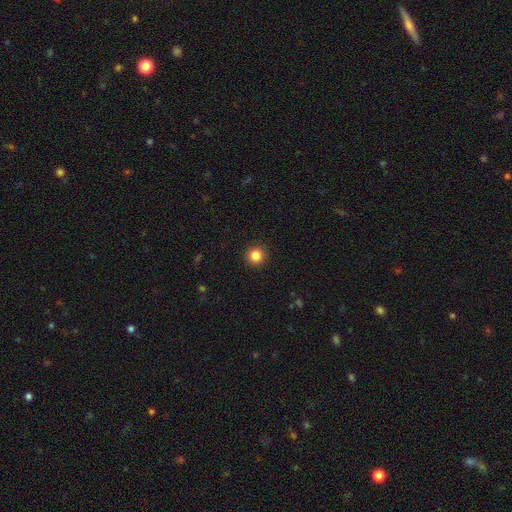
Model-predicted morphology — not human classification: smooth-or-featured: smooth: 85% | star or artifact: 11% | featured or disk: 4%
  how-rounded: round: 95% | in between: 4% | cigar-shaped: 1%
  merging: none: 93% | minor disturbance: 5% | major disturbance: 2% | merger: 1%